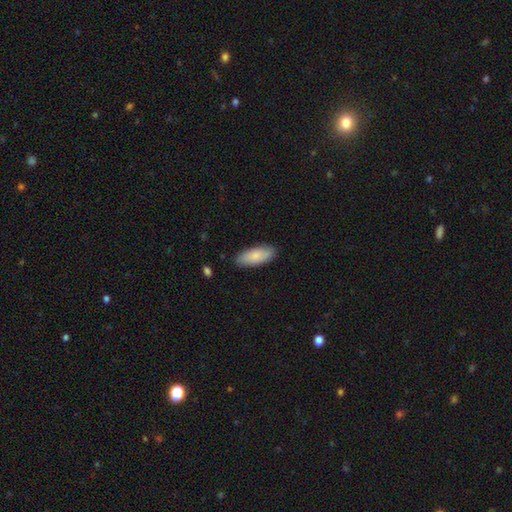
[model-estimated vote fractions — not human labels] A smooth galaxy with no disk features (83%) that is in between round and cigar-shaped (80%). Merging: none (86%).